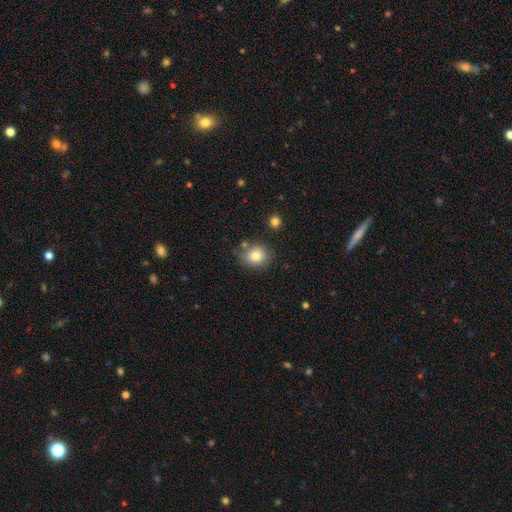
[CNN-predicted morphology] Smooth or featured? smooth (81%)
How rounded? round (73%)
Merging? none (75%)